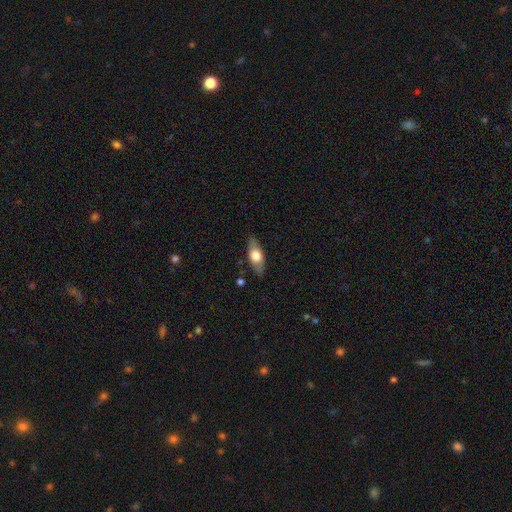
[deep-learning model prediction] A smooth galaxy with no disk features (58%) that is in between round and cigar-shaped (76%). Merging: none (83%).